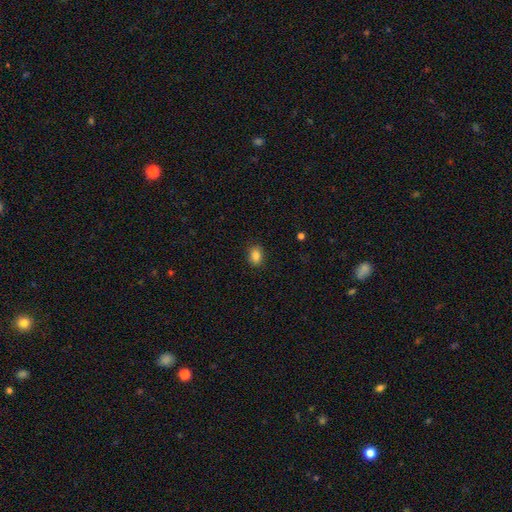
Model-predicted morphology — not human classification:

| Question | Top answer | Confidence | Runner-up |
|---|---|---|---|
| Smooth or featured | smooth | 85% | star or artifact (10%) |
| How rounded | in between | 64% | round (35%) |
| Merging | none | 88% | minor disturbance (9%) |